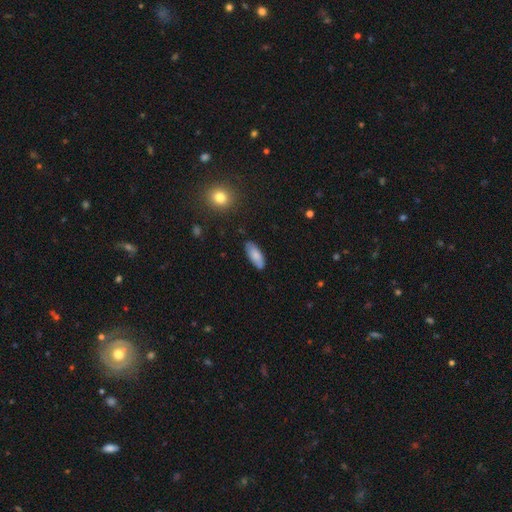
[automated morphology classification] A smooth galaxy with no disk features (80%) that is in between round and cigar-shaped (79%).

Vote fractions:
- Smooth or featured? smooth: 80% / featured or disk: 14% / star or artifact: 6%
- How rounded? in between: 79% / cigar-shaped: 19% / round: 2%
- Merging? none: 81% / minor disturbance: 15% / major disturbance: 3% / merger: 2%